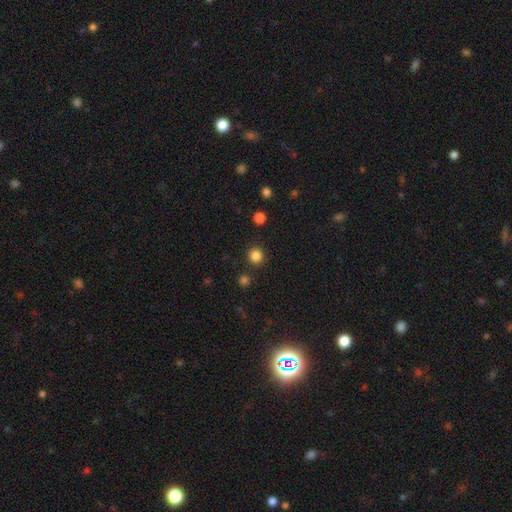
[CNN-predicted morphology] A smooth galaxy with no disk features (84%) that is round (93%).

Vote fractions:
- Smooth or featured? smooth: 84% / star or artifact: 13% / featured or disk: 3%
- How rounded? round: 93% / in between: 6% / cigar-shaped: 1%
- Merging? none: 90% / minor disturbance: 6% / merger: 3% / major disturbance: 2%